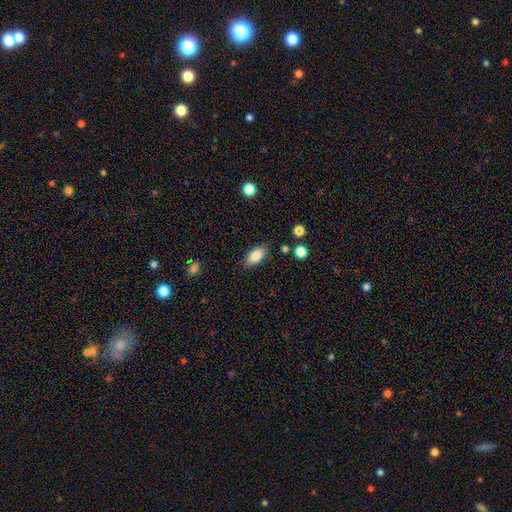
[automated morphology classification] The model was most divided on "merging": none: 83%, minor disturbance: 12%, major disturbance: 3%, merger: 2%. More confident: how rounded — in between (90%); smooth or featured — smooth (85%).